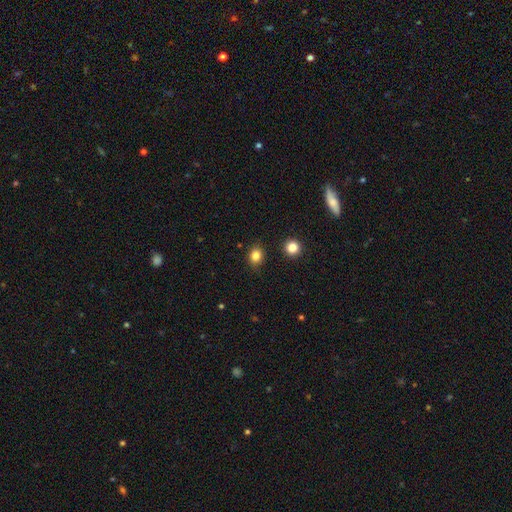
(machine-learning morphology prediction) A smooth galaxy with no disk features (84%) that is round (62%).

Vote fractions:
- Smooth or featured? smooth: 84% / star or artifact: 12% / featured or disk: 5%
- How rounded? round: 62% / in between: 37% / cigar-shaped: 1%
- Merging? none: 86% / minor disturbance: 10% / major disturbance: 2% / merger: 2%